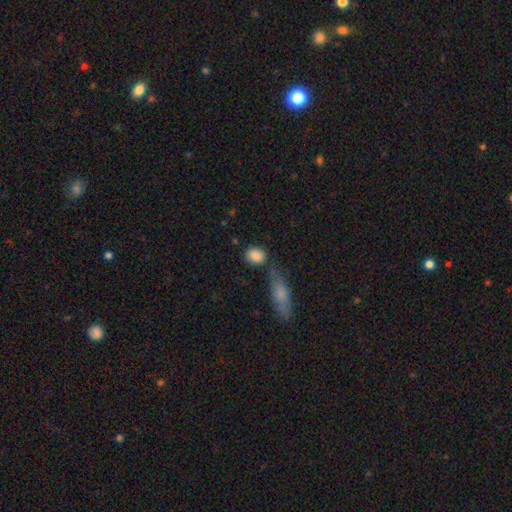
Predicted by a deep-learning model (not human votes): Smooth or featured: smooth — 87% (star or artifact — 7%)
How rounded: in between — 54% (round — 42%)
Merging: none — 68% (minor disturbance — 15%)